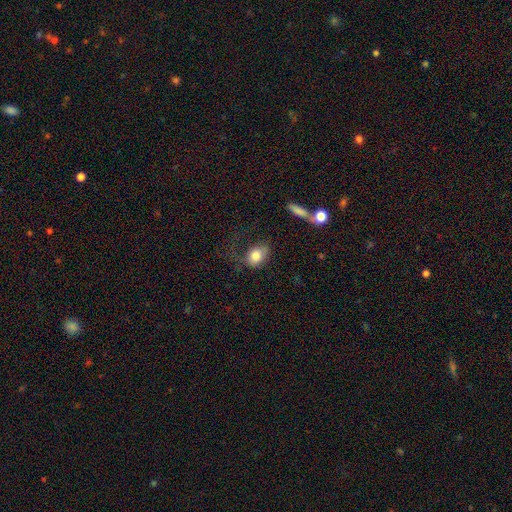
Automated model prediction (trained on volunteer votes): smooth 79%, featured or disk 13%, star or artifact 8%. Down the decision tree: how rounded — in between (67%); merging — none (37%).